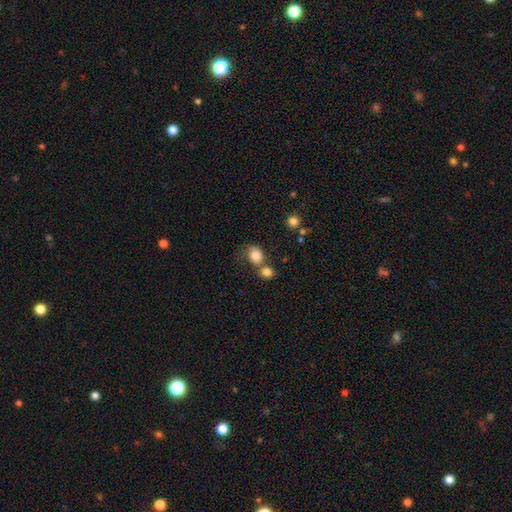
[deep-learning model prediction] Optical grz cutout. It shows a smooth galaxy with no disk features (82%) that is round (60%). Merging: none (40%).